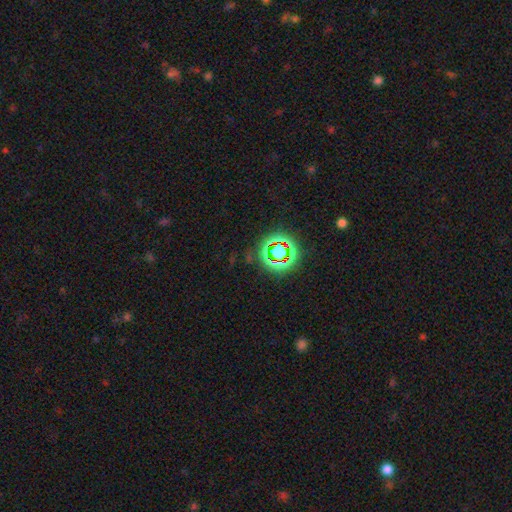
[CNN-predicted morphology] Overall: star or artifact (73%).